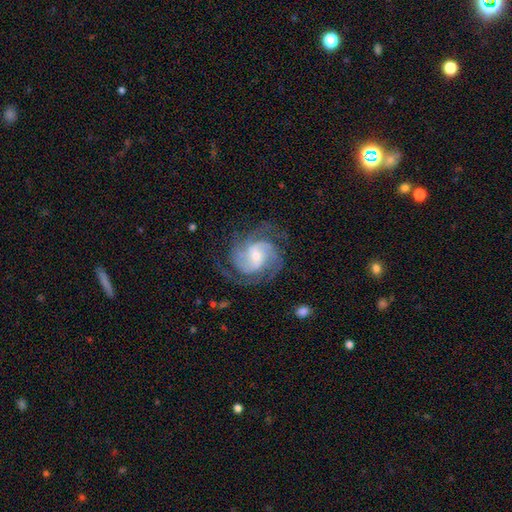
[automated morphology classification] A featured or disk galaxy (89%) with a weak bar (46%), 3 (33%) medium (45%) spiral arms (97%) and a small central bulge (59%). Merging: none (71%).